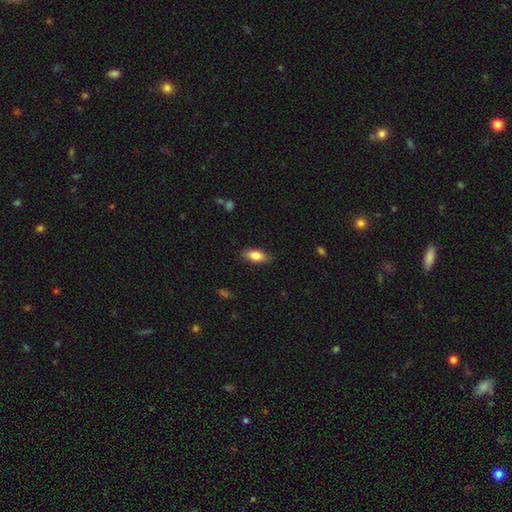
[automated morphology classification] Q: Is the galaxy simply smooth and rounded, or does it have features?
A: smooth — 81%.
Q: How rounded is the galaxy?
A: in between — 82%.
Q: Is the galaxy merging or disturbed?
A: none — 85%.